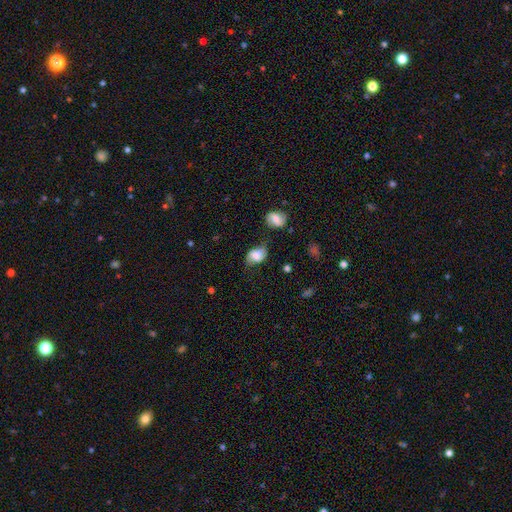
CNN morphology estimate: smooth-or-featured: smooth: 65% | featured or disk: 26% | star or artifact: 9%
  how-rounded: in between: 76% | round: 23% | cigar-shaped: 2%
  merging: none: 50% | minor disturbance: 32% | major disturbance: 12% | merger: 6%